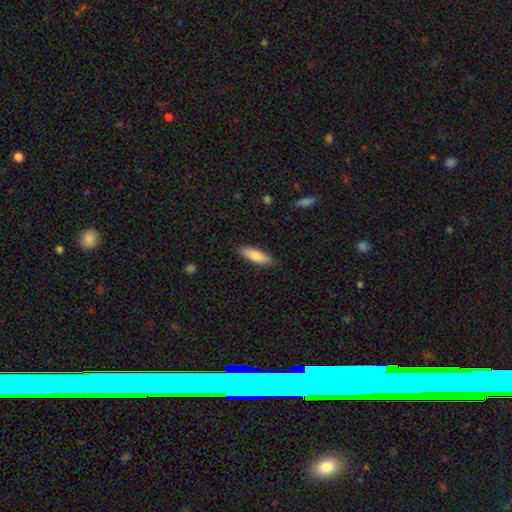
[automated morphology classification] A smooth galaxy with no disk features (84%) that is in between round and cigar-shaped (51%). Merging: none (87%).